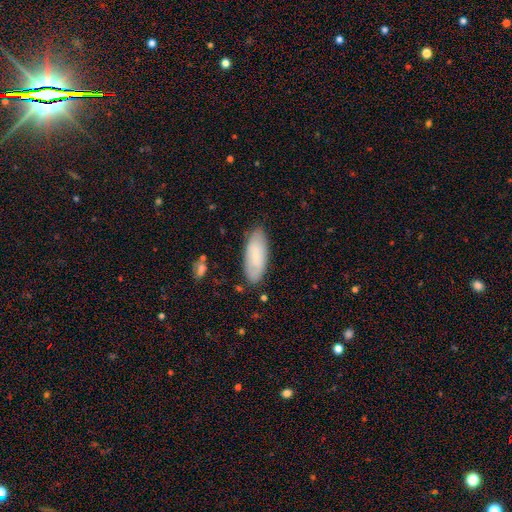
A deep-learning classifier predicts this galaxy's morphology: This appears to be a smooth galaxy with no disk features (71%) that is in between round and cigar-shaped (80%). Merging: none (83%).